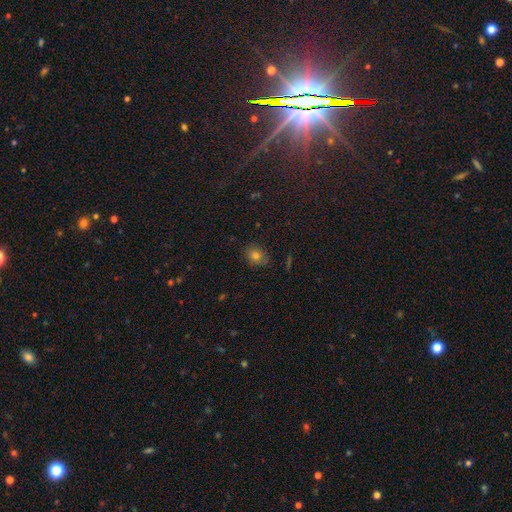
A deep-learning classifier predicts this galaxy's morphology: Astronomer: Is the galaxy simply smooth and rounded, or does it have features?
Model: smooth — 75%.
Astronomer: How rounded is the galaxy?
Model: round — 53% (runner-up: in between, 46%).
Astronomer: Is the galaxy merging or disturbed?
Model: none — 81%.